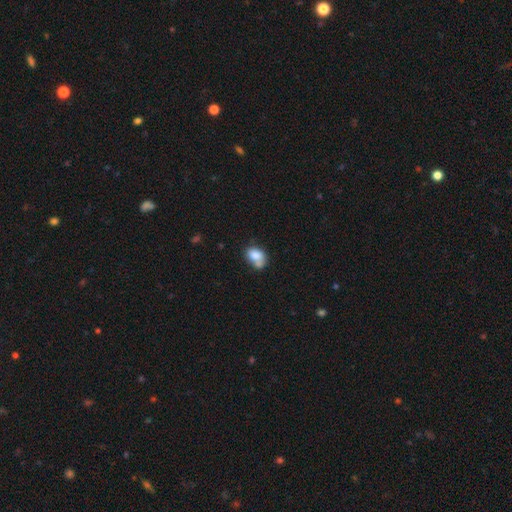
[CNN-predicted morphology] type=smooth (78%); roundness=in between (74%); merging=merger (36%, tied with none).